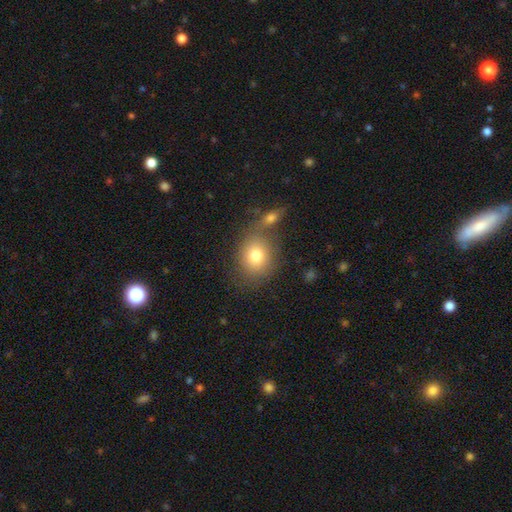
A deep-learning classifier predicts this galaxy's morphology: Smooth or featured?
  - smooth: 76% *
  - featured or disk: 13%
  - star or artifact: 10%
How rounded?
  - round: 65% *
  - in between: 34%
  - cigar-shaped: 1%
Merging?
  - none: 58% *
  - merger: 23%
  - minor disturbance: 13%
  - major disturbance: 6%